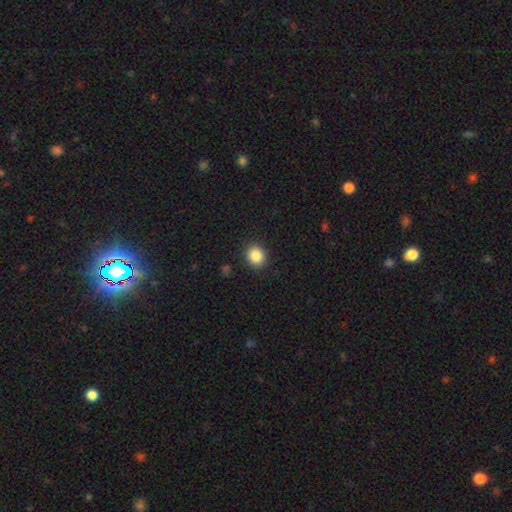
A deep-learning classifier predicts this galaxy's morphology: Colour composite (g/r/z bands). It shows a smooth galaxy with no disk features (87%) that is round (74%). Merging: none (90%).